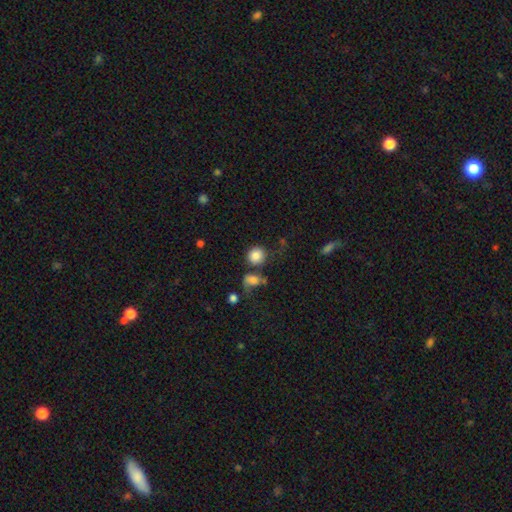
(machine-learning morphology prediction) This appears to be a smooth galaxy with no disk features (84%) that is round (87%). Merging: none (65%).